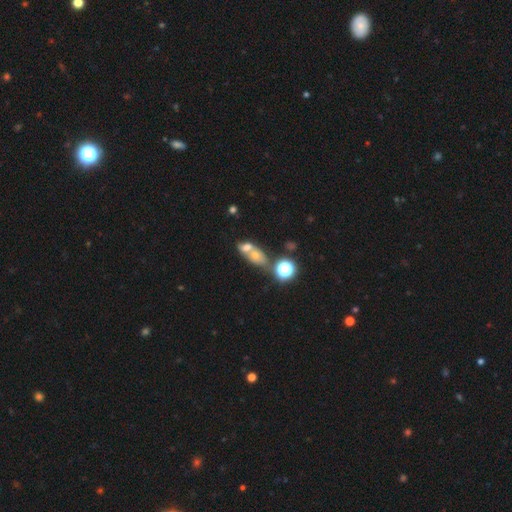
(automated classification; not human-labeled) The model was most divided on "how rounded": in between: 53%, round: 41%, cigar-shaped: 7%. More confident: merging — merger (57%); smooth or featured — smooth (55%).